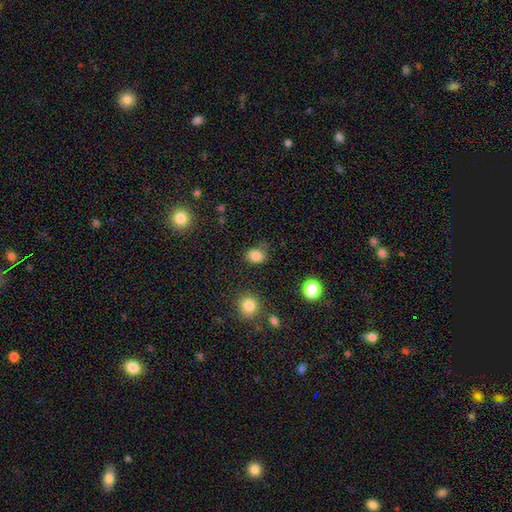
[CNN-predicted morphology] Smooth or featured? Predicted: smooth (p=0.83). How rounded? Predicted: in between (p=0.60). Merging? Predicted: none (p=0.75).